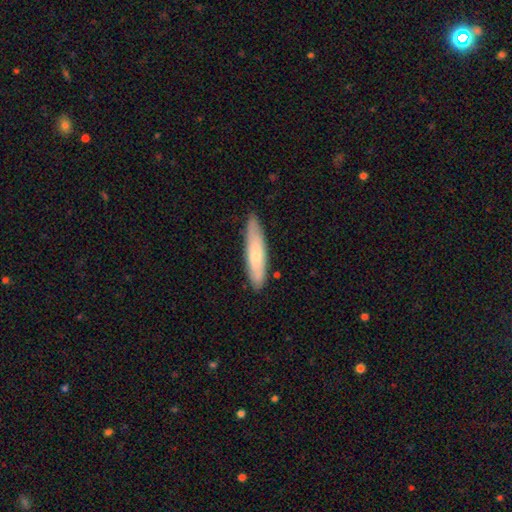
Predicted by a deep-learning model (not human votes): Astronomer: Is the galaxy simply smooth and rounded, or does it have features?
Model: smooth — 68%.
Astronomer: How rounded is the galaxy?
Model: cigar-shaped — 79%.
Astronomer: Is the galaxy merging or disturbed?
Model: none — 83%.